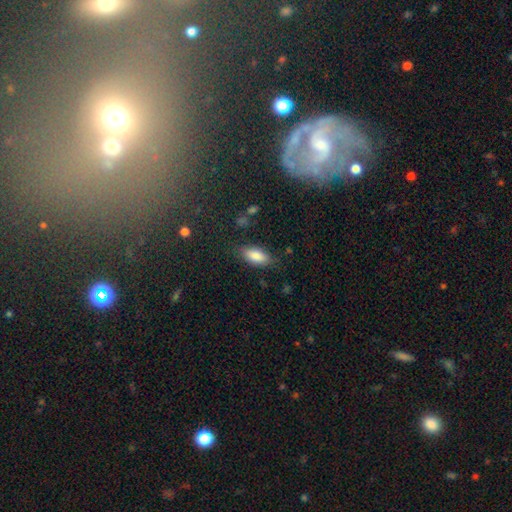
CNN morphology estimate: Smooth or featured: smooth — 84% (featured or disk — 9%)
How rounded: in between — 86% (cigar-shaped — 12%)
Merging: none — 78% (minor disturbance — 16%)